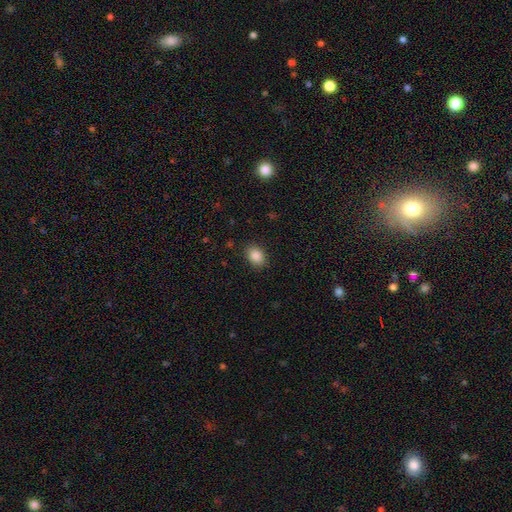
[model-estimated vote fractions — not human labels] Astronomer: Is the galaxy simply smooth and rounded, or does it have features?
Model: smooth — 87%.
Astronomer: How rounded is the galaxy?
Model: in between — 74%.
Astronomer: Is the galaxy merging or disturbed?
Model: none — 88%.